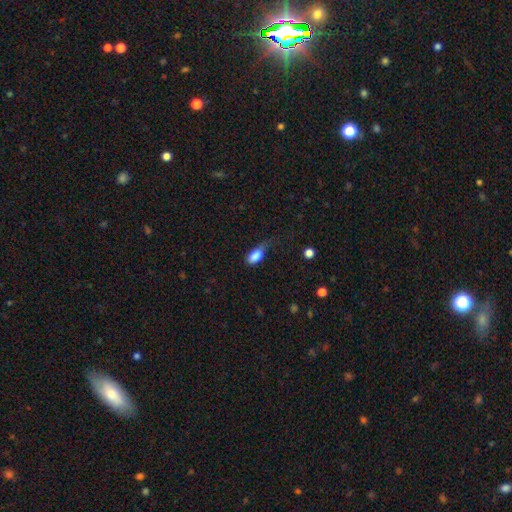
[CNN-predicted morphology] Smooth or featured: smooth — 85% (featured or disk — 8%)
How rounded: in between — 88% (cigar-shaped — 6%)
Merging: minor disturbance — 36% (none — 31%)